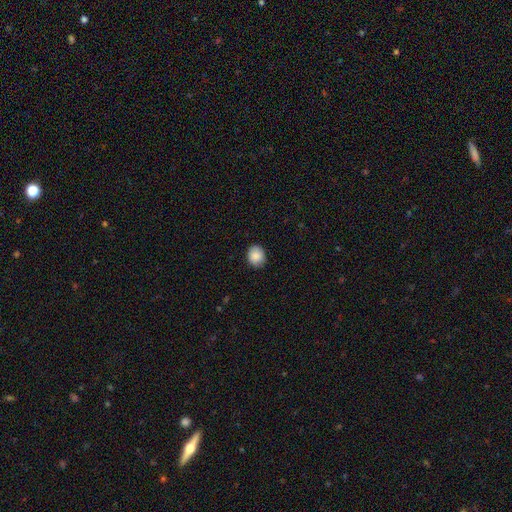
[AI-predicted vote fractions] A smooth galaxy with no disk features (88%) that is round (68%). Merging: none (87%).